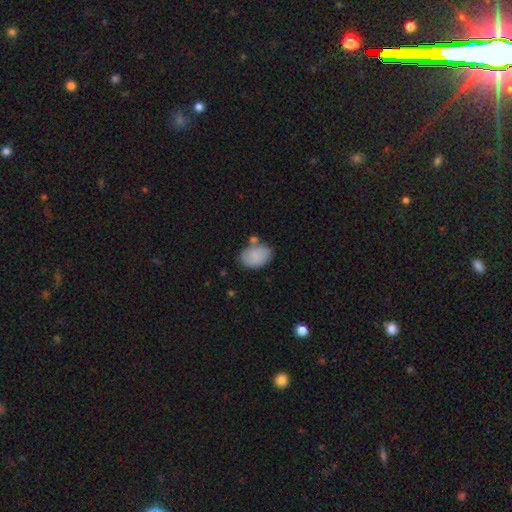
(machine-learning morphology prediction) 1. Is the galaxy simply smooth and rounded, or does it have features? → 82% smooth, 11% featured or disk, 7% star or artifact.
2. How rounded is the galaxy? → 79% in between, 20% round, 1% cigar-shaped.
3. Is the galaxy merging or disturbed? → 61% none, 21% minor disturbance, 12% merger, 6% major disturbance.